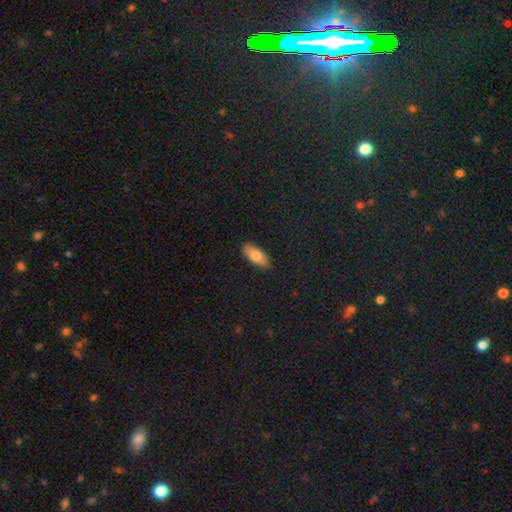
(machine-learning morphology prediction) A smooth galaxy with no disk features (79%) that is in between round and cigar-shaped (81%).

Vote fractions:
- Smooth or featured? smooth: 79% / featured or disk: 15% / star or artifact: 6%
- How rounded? in between: 81% / cigar-shaped: 17% / round: 2%
- Merging? none: 89% / minor disturbance: 8% / major disturbance: 2% / merger: 1%